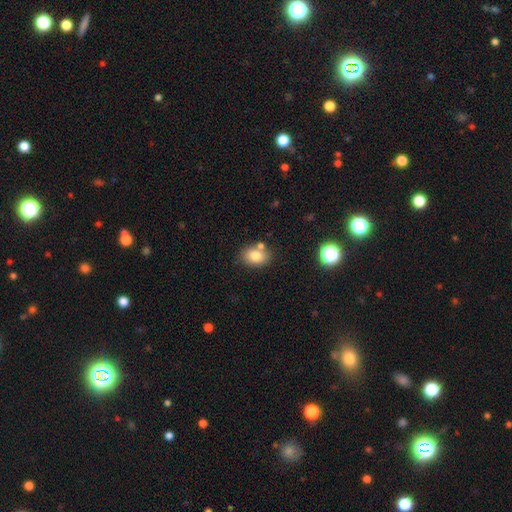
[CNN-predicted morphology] Smooth or featured: smooth — 79% (featured or disk — 11%)
How rounded: in between — 71% (round — 28%)
Merging: none — 69% (merger — 15%)